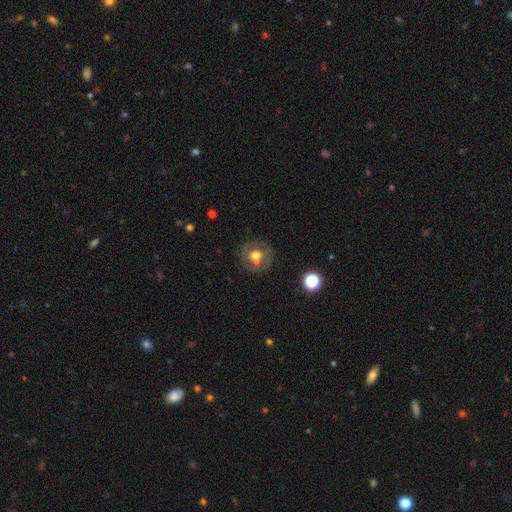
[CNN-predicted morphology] type=smooth (51%); roundness=round (86%); merging=none (80%).